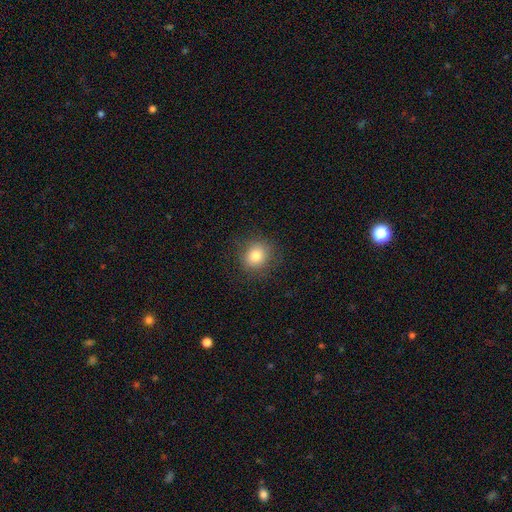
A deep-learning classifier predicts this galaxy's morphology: This appears to be a smooth galaxy with no disk features (80%) that is round (80%). Merging: none (84%).